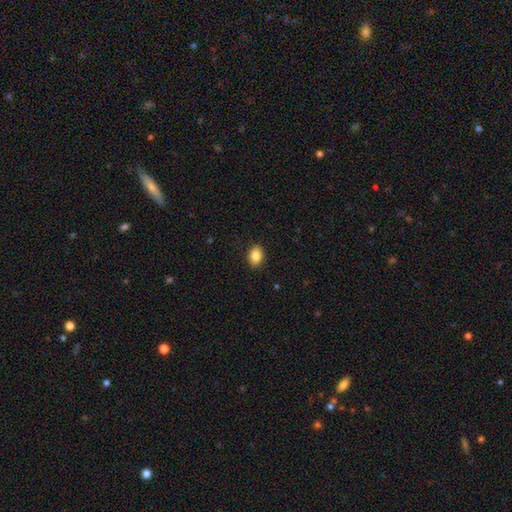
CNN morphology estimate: A smooth galaxy with no disk features (86%) that is in between round and cigar-shaped (76%).

Vote fractions:
- Smooth or featured? smooth: 86% / star or artifact: 8% / featured or disk: 5%
- How rounded? in between: 76% / round: 22% / cigar-shaped: 1%
- Merging? none: 89% / minor disturbance: 8% / major disturbance: 2% / merger: 1%